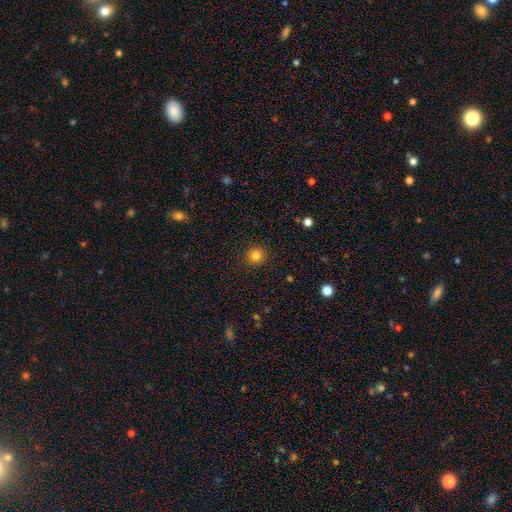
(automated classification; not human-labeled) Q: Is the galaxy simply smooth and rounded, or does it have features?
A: smooth — 83%.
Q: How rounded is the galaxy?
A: round — 94%.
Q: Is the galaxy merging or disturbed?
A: none — 91%.